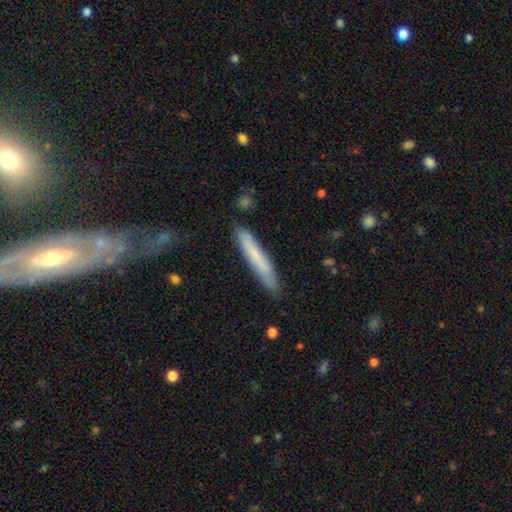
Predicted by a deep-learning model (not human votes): Morphology: type=smooth (69%); roundness=cigar-shaped (95%); merging=none (82%).